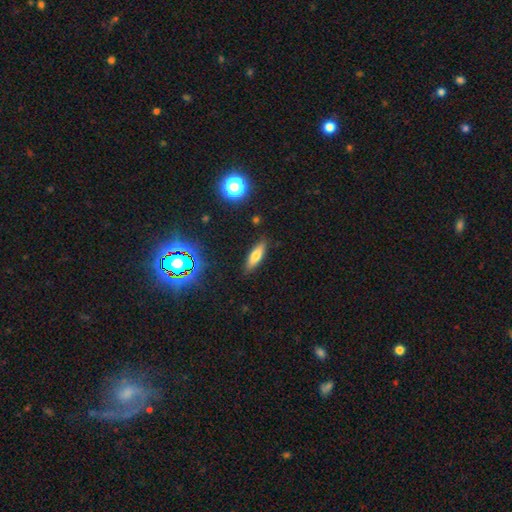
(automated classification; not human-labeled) This is likely a smooth galaxy (69%). How rounded: possibly cigar-shaped (49%, tied with in between). Merging: clearly none (87%).